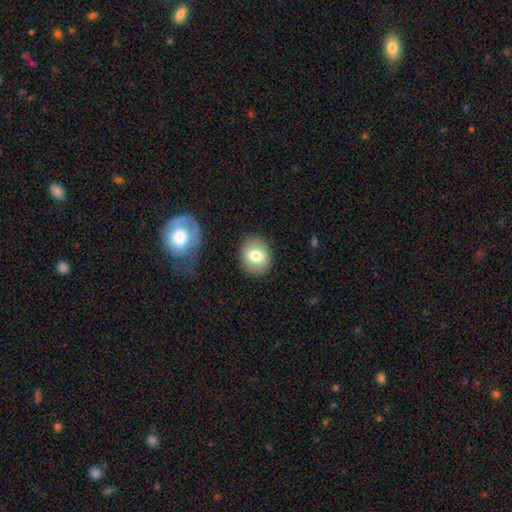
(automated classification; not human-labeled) smooth 74%, featured or disk 18%, star or artifact 8%. Down the decision tree: how rounded — round (50%); merging — none (85%).